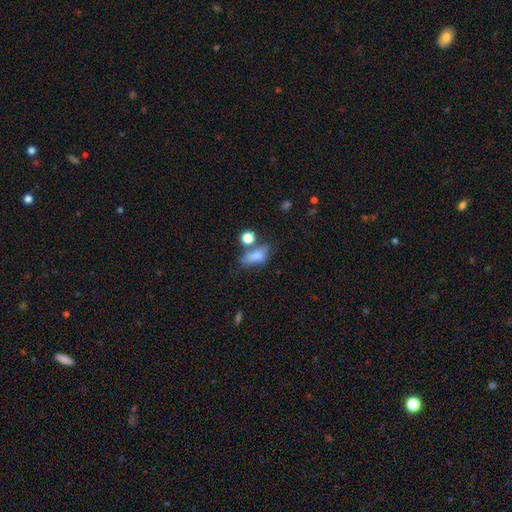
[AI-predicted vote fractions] smooth_or_featured: smooth (p=0.76) [alt: featured or disk p=0.13]
how_rounded: in between (p=0.77) [alt: round p=0.12]
merging: none (p=0.44) [alt: minor disturbance p=0.22]